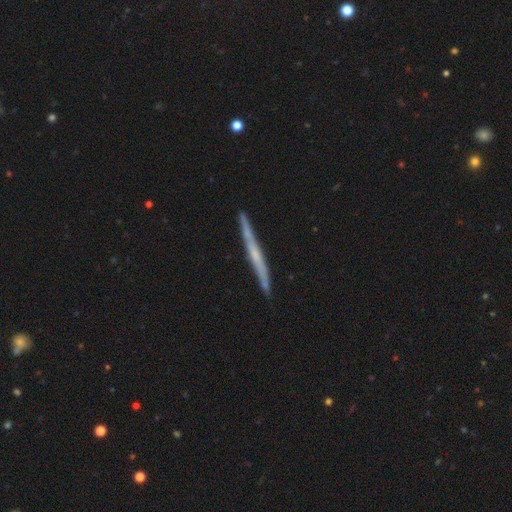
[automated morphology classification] This appears to be a featured or disk galaxy (64%) viewed edge-on (96%) with no central bulge (69%). Merging: none (88%).